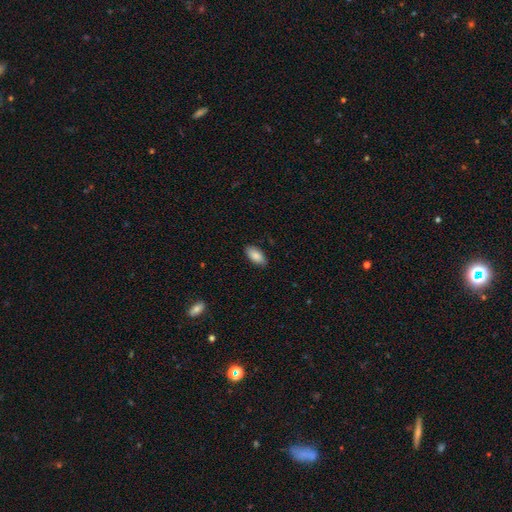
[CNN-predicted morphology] Smooth or featured?
  - smooth: 87% *
  - featured or disk: 6%
  - star or artifact: 6%
How rounded?
  - in between: 92% *
  - cigar-shaped: 6%
  - round: 2%
Merging?
  - none: 86% *
  - minor disturbance: 11%
  - major disturbance: 2%
  - merger: 1%